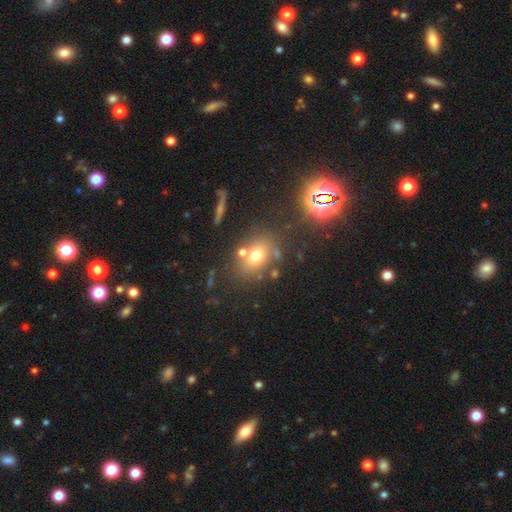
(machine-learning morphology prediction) type=smooth (67%); roundness=in between (58%); merging=none (67%).